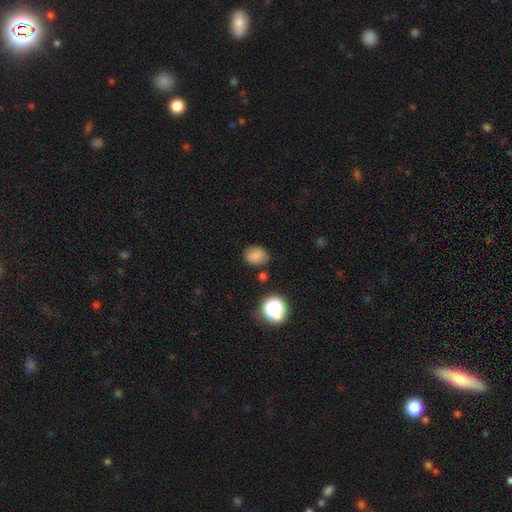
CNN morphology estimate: smooth-or-featured: smooth: 81% | star or artifact: 14% | featured or disk: 6%
  how-rounded: round: 52% | in between: 47% | cigar-shaped: 1%
  merging: none: 76% | minor disturbance: 16% | major disturbance: 4% | merger: 4%